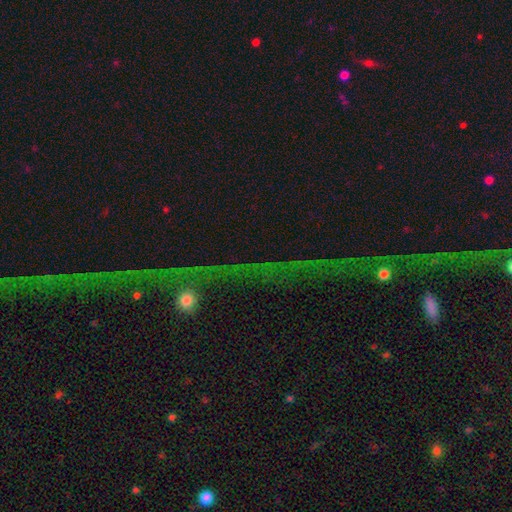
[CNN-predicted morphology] A star or artifact, not a galaxy (71%).

Vote fractions:
- Smooth or featured? star or artifact: 71% / featured or disk: 16% / smooth: 13%